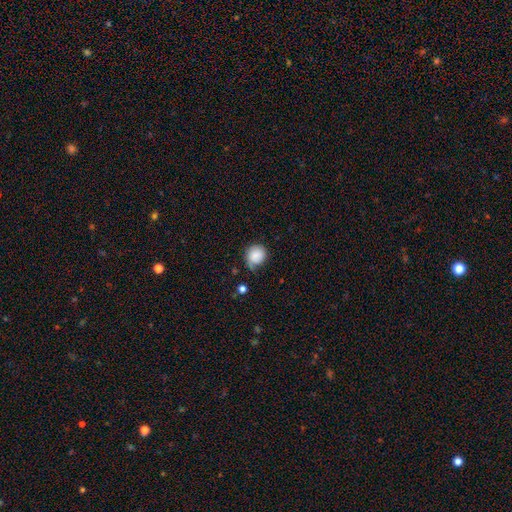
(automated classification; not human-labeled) Smooth or featured? smooth (83%)
How rounded? round (82%)
Merging? none (56%)